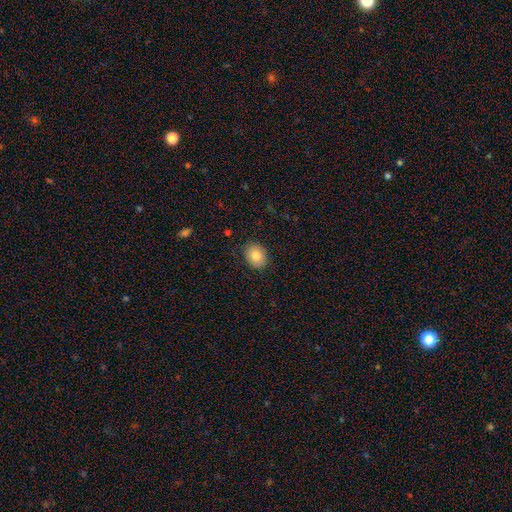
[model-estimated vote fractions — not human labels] smooth 84%, featured or disk 8%, star or artifact 8%. Down the decision tree: how rounded — in between (53%); merging — none (87%).